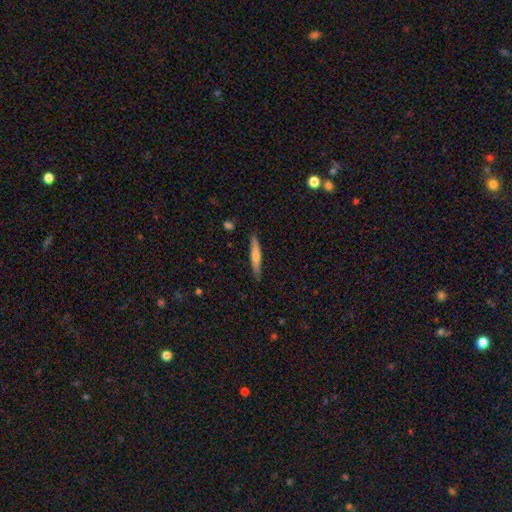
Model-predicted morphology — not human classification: smooth 61%, featured or disk 33%, star or artifact 5%. Down the decision tree: how rounded — cigar-shaped (93%); merging — none (87%).